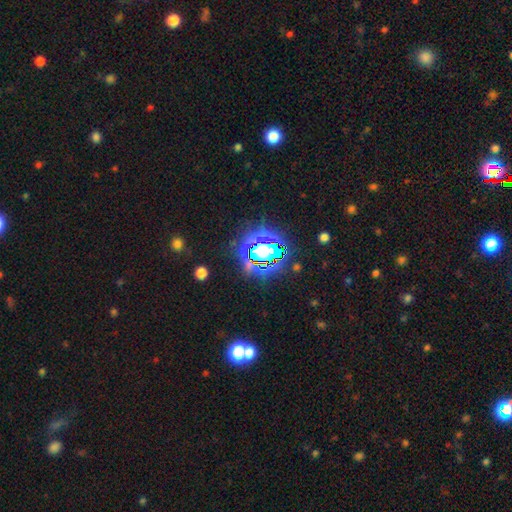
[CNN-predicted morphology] A star or artifact, not a galaxy (83%).

Vote fractions:
- Smooth or featured? star or artifact: 83% / smooth: 11% / featured or disk: 7%